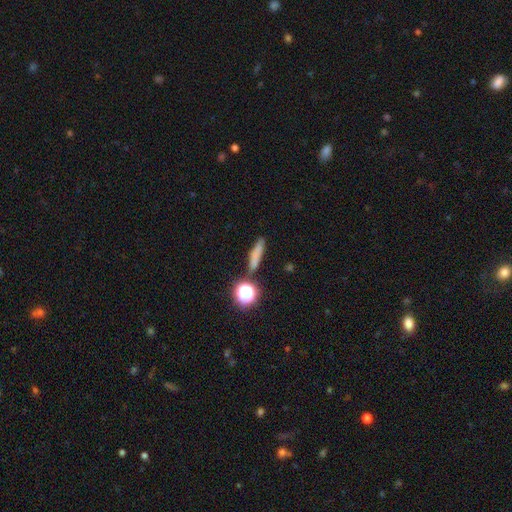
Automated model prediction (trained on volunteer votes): Smooth or featured? smooth (70%)
How rounded? cigar-shaped (74%)
Merging? none (79%)